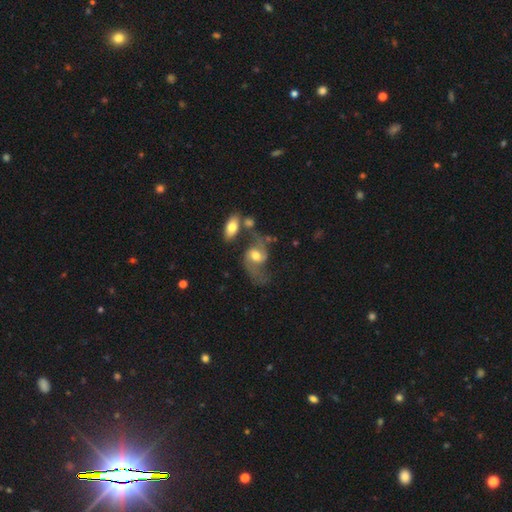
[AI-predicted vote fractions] Q: Smooth or featured?
A: featured or disk (74%); runner-up: smooth (19%)
Q: Edge-on disk?
A: no (96%); runner-up: yes (4%)
Q: Bar?
A: no (47%); runner-up: weak (41%)
Q: Spiral arms?
A: yes (90%); runner-up: no (10%)
Q: Spiral winding?
A: loose (64%); runner-up: medium (30%)
Q: Spiral arm count?
A: 2 (89%); runner-up: 1 (5%)
Q: Bulge size?
A: moderate (67%); runner-up: small (15%)
Q: Merging?
A: none (44%); runner-up: major disturbance (21%)